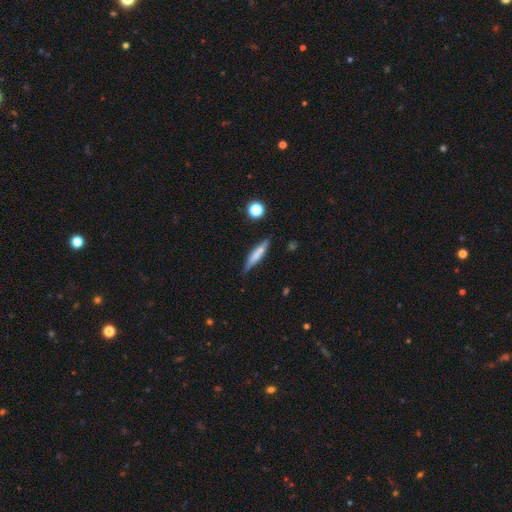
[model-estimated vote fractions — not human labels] This appears to be a smooth galaxy with no disk features (61%) that is cigar-shaped (85%). Merging: none (78%).